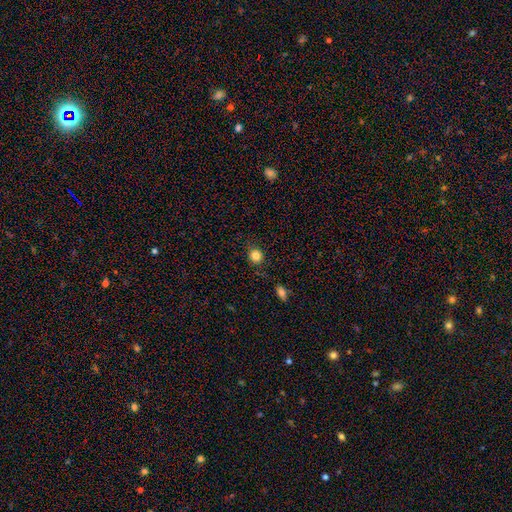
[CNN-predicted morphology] The model was most divided on "how rounded": round: 84%, in between: 15%, cigar-shaped: 1%. More confident: merging — none (84%); smooth or featured — smooth (83%).